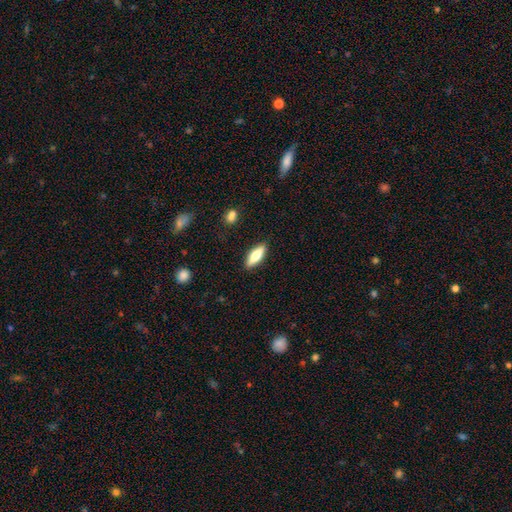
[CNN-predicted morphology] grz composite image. It shows a smooth galaxy with no disk features (62%) that is in between round and cigar-shaped (53%). Merging: none (88%).